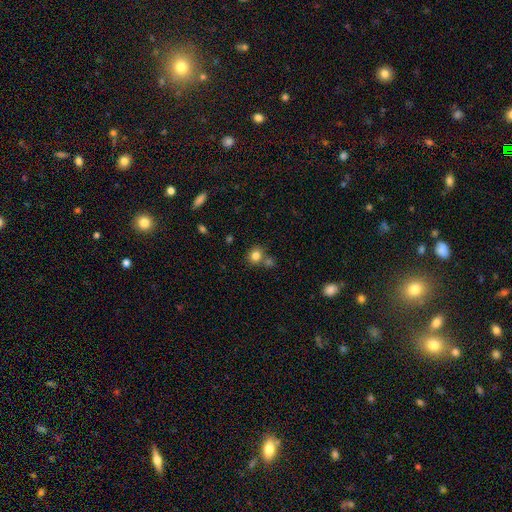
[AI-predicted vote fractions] Q: Smooth or featured?
A: smooth (81%); runner-up: star or artifact (11%)
Q: How rounded?
A: round (81%); runner-up: in between (18%)
Q: Merging?
A: none (64%); runner-up: merger (22%)